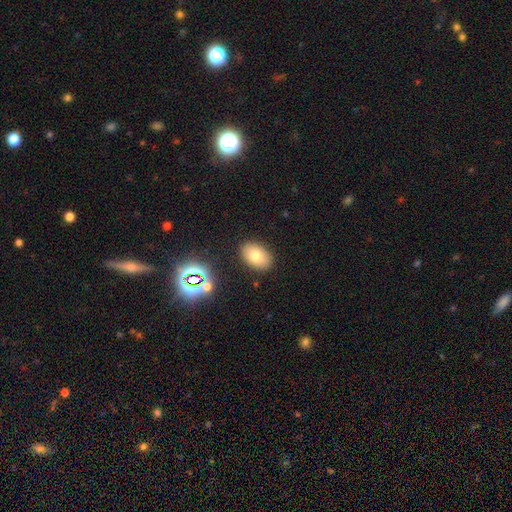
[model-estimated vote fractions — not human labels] A smooth galaxy with no disk features (73%) that is in between round and cigar-shaped (86%).

Vote fractions:
- Smooth or featured? smooth: 73% / star or artifact: 14% / featured or disk: 13%
- How rounded? in between: 86% / round: 13% / cigar-shaped: 1%
- Merging? none: 87% / minor disturbance: 9% / major disturbance: 3% / merger: 2%